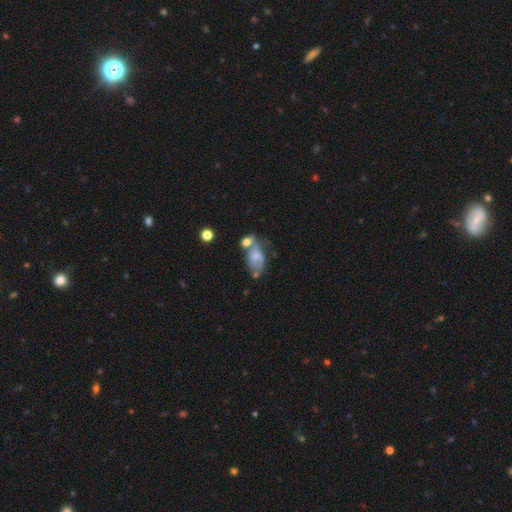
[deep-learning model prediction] smooth_or_featured: smooth (p=0.50) [alt: featured or disk p=0.40]
merging: merger (p=0.41) [alt: none p=0.22]